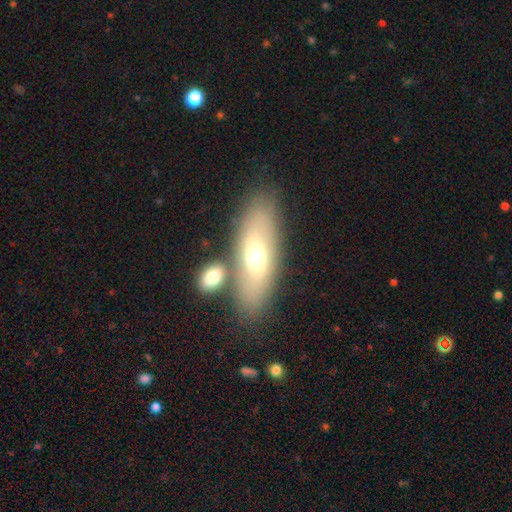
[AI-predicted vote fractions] Smooth or featured?
  - smooth: 57% *
  - featured or disk: 35%
  - star or artifact: 7%
How rounded?
  - in between: 66% *
  - cigar-shaped: 31%
  - round: 3%
Merging?
  - none: 67% *
  - merger: 18%
  - minor disturbance: 11%
  - major disturbance: 4%